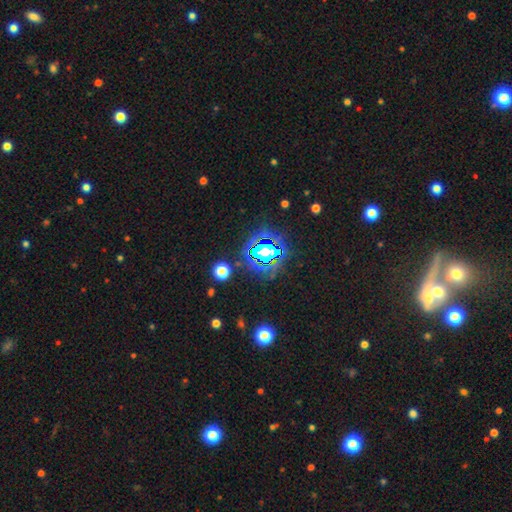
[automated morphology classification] type=star or artifact (76%).